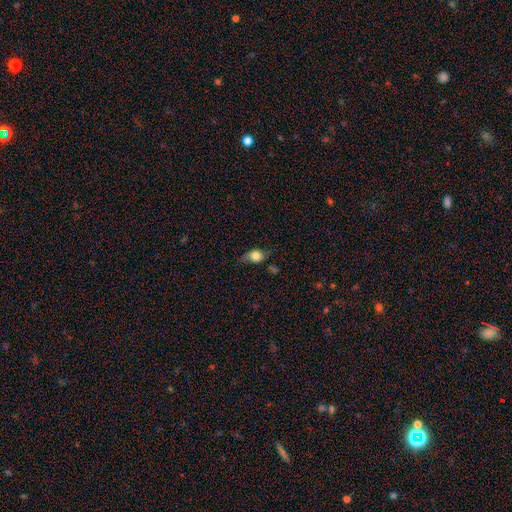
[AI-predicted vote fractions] smooth-or-featured: smooth: 60% | featured or disk: 31% | star or artifact: 9%
  how-rounded: in between: 59% | round: 36% | cigar-shaped: 5%
  merging: none: 54% | minor disturbance: 30% | major disturbance: 13% | merger: 3%